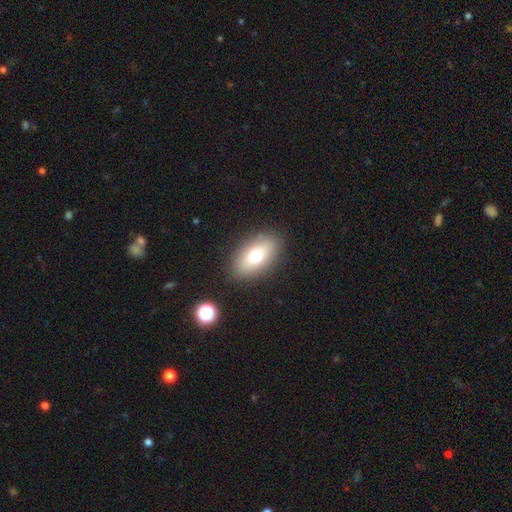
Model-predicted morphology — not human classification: Smooth or featured: smooth — 72% (featured or disk — 18%)
How rounded: in between — 89% (round — 7%)
Merging: none — 86% (minor disturbance — 9%)